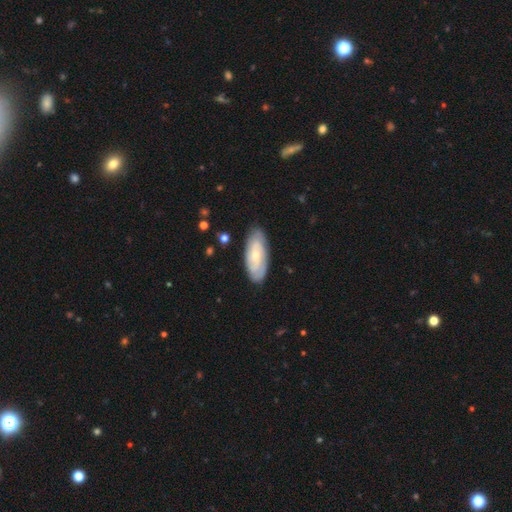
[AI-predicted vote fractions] Q: Smooth or featured?
A: featured or disk (60%); runner-up: smooth (35%)
Q: Edge-on disk?
A: no (89%); runner-up: yes (11%)
Q: Bar?
A: no (71%); runner-up: weak (24%)
Q: Spiral arms?
A: yes (80%); runner-up: no (20%)
Q: Bulge size?
A: small (61%); runner-up: moderate (35%)
Q: Merging?
A: none (82%); runner-up: minor disturbance (14%)